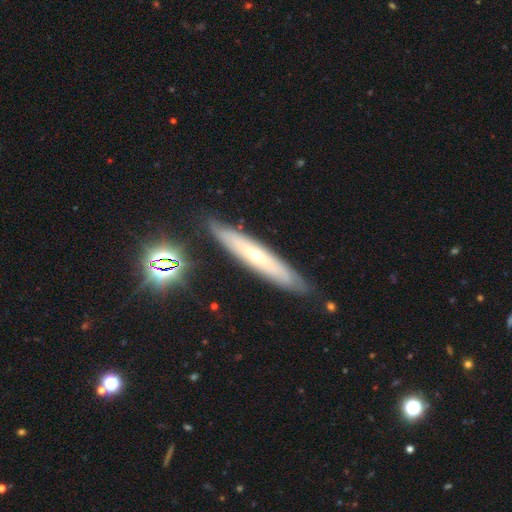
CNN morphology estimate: Smooth or featured? Predicted: featured or disk (p=0.60). Edge-on disk? Predicted: yes (p=0.72). Merging? Predicted: none (p=0.85).